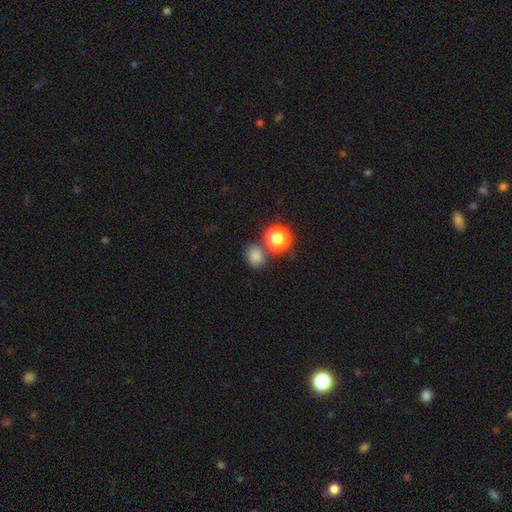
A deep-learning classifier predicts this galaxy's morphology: Smooth or featured?
  - smooth: 77% *
  - star or artifact: 16%
  - featured or disk: 6%
How rounded?
  - round: 57% *
  - in between: 42%
  - cigar-shaped: 1%
Merging?
  - none: 67% *
  - merger: 16%
  - minor disturbance: 13%
  - major disturbance: 4%